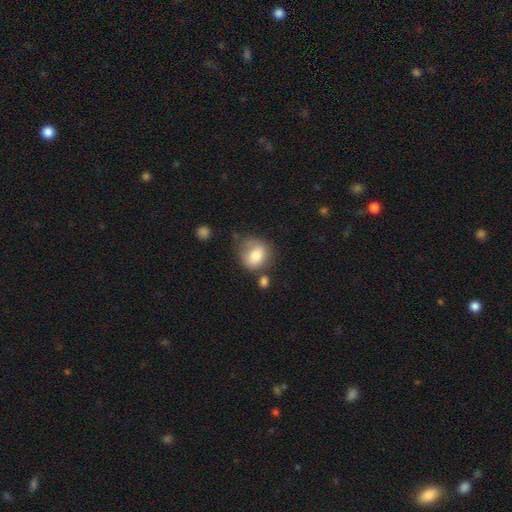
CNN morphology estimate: type=smooth (75%); roundness=round (68%); merging=none (45%).